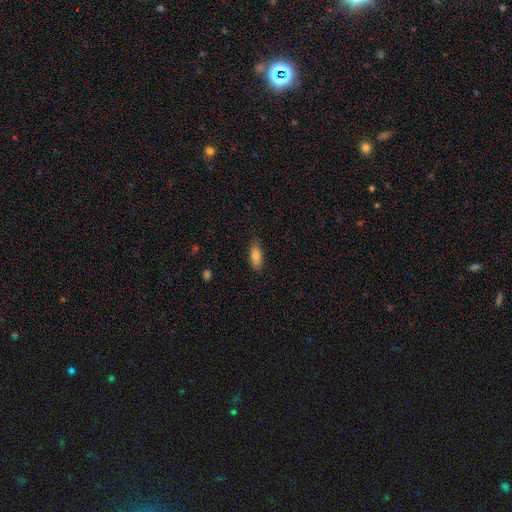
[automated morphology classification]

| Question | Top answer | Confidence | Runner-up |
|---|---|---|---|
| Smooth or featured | smooth | 82% | featured or disk (11%) |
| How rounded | in between | 72% | cigar-shaped (25%) |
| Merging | none | 82% | minor disturbance (14%) |